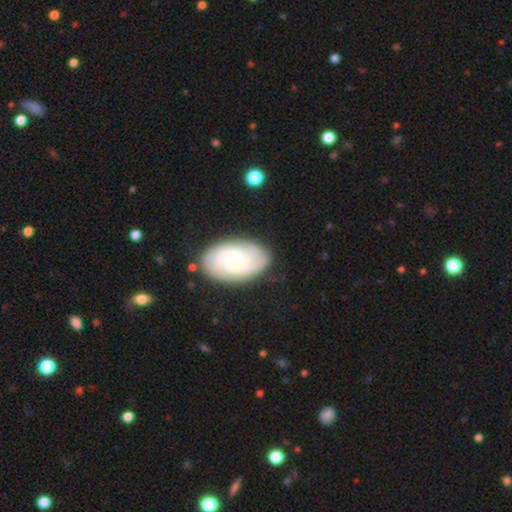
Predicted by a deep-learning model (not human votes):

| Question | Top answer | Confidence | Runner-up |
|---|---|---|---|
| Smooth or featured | featured or disk | 67% | smooth (27%) |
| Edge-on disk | no | 96% | yes (4%) |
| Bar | no | 68% | weak (28%) |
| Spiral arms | yes | 90% | no (10%) |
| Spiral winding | tight | 50% | medium (36%) |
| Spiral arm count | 2 | 36% | can't tell (31%) |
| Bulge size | small | 50% | moderate (42%) |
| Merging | none | 80% | minor disturbance (13%) |